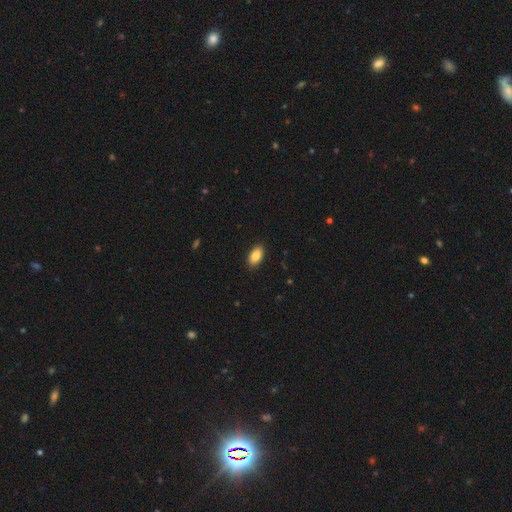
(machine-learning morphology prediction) Overall: smooth (87%). How rounded: in between (93%). Merging: none (89%).